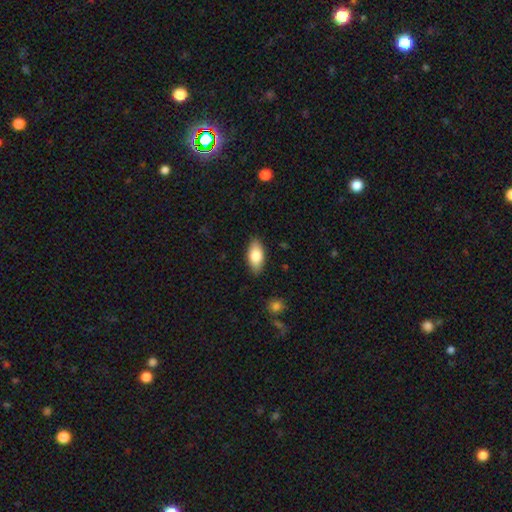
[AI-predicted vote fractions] Smooth or featured? Predicted: smooth (p=0.79). How rounded? Predicted: in between (p=0.90). Merging? Predicted: none (p=0.86).